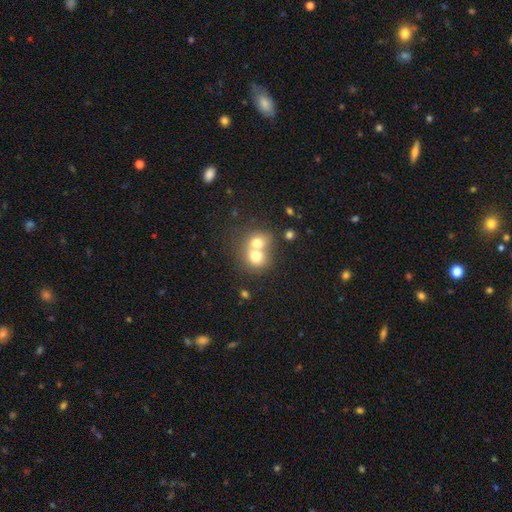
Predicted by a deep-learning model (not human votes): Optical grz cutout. It shows a smooth galaxy with no disk features (69%) that is round (72%). Merging: merger (69%).